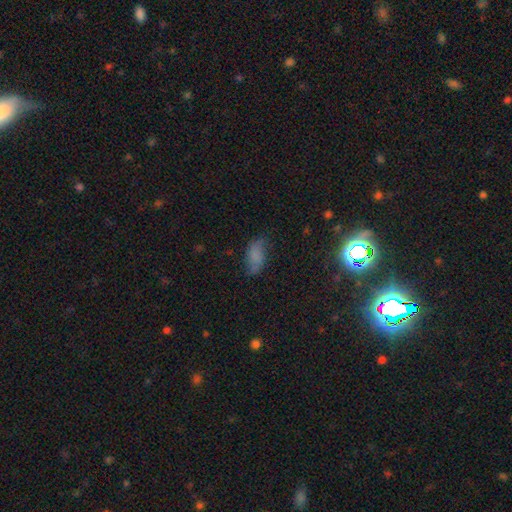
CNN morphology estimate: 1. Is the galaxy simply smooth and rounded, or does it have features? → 59% smooth, 27% featured or disk, 14% star or artifact.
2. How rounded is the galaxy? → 88% in between, 7% cigar-shaped, 5% round.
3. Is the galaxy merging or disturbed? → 61% none, 25% minor disturbance, 11% major disturbance, 2% merger.